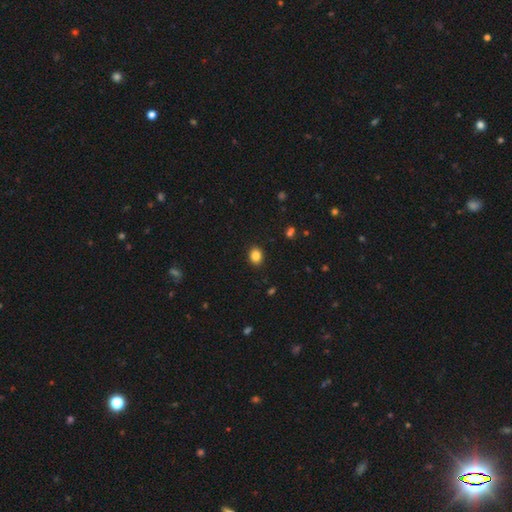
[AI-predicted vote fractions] Q: Smooth or featured?
A: smooth (85%); runner-up: star or artifact (10%)
Q: How rounded?
A: round (56%); runner-up: in between (43%)
Q: Merging?
A: none (91%); runner-up: minor disturbance (6%)